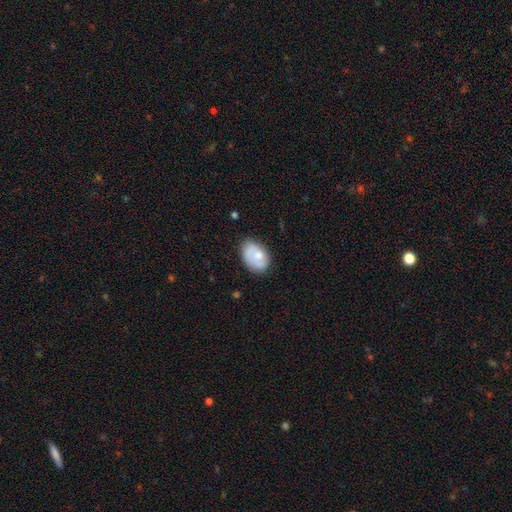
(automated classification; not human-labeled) A smooth galaxy with no disk features (67%) that is in between round and cigar-shaped (82%).

Vote fractions:
- Smooth or featured? smooth: 67% / featured or disk: 26% / star or artifact: 7%
- How rounded? in between: 82% / round: 17% / cigar-shaped: 1%
- Merging? none: 65% / minor disturbance: 24% / major disturbance: 6% / merger: 5%